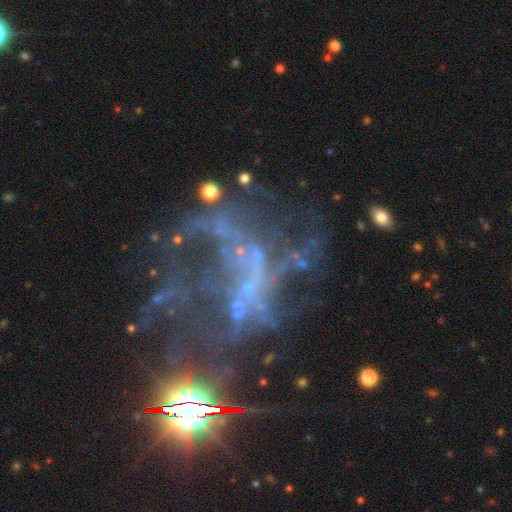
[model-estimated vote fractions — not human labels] Overall: featured or disk (62%; star or artifact 27%). Edge-on disk: no (96%). Bar: no (71%). Spiral arms: no (65%; yes 35%). Bulge size: none (60%; small 31%). Merging: major disturbance (37%, tied with none).